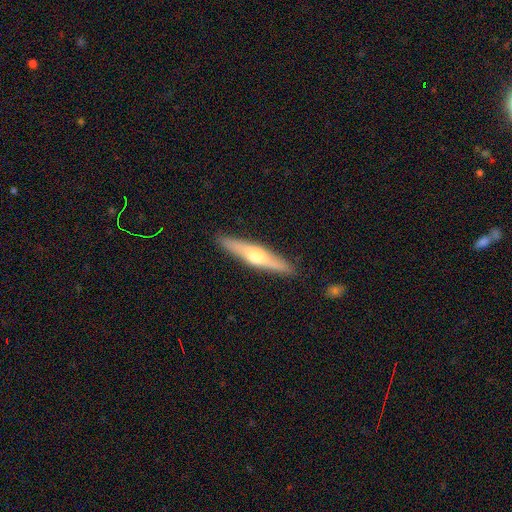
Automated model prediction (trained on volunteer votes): smooth-or-featured: featured or disk: 58% | smooth: 37% | star or artifact: 5%
  disk-edge-on: yes: 92% | no: 8%
    edge-on-bulge: rounded: 90% | none: 6% | boxy: 4%
  merging: none: 90% | minor disturbance: 8% | major disturbance: 2% | merger: 1%